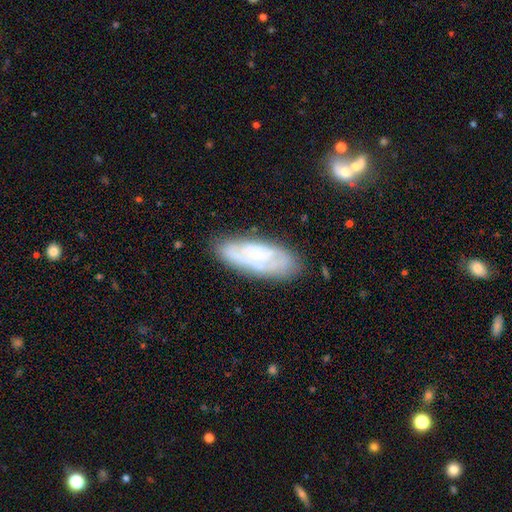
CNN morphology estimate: smooth-or-featured: featured or disk: 64% | smooth: 29% | star or artifact: 8%
  disk-edge-on: no: 87% | yes: 13%
    bar: no: 70% | weak: 24% | strong: 6%
    has-spiral-arms: yes: 81% | no: 19%
    bulge-size: small: 67% | moderate: 15% | none: 15% | large: 2% | dominant: 1%
  merging: none: 77% | minor disturbance: 16% | major disturbance: 4% | merger: 2%